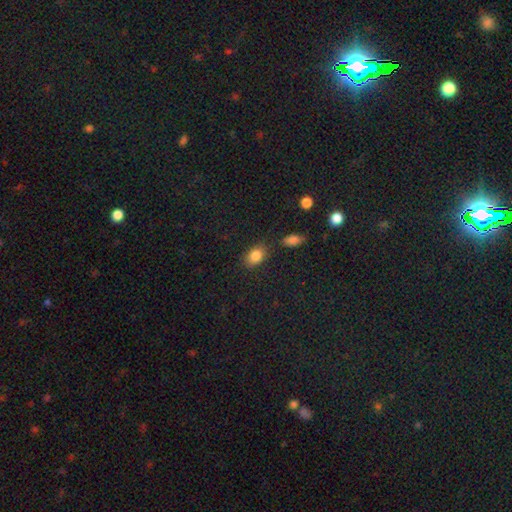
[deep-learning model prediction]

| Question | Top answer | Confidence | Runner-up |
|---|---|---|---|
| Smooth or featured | smooth | 84% | star or artifact (9%) |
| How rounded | in between | 81% | round (17%) |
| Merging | none | 78% | minor disturbance (13%) |